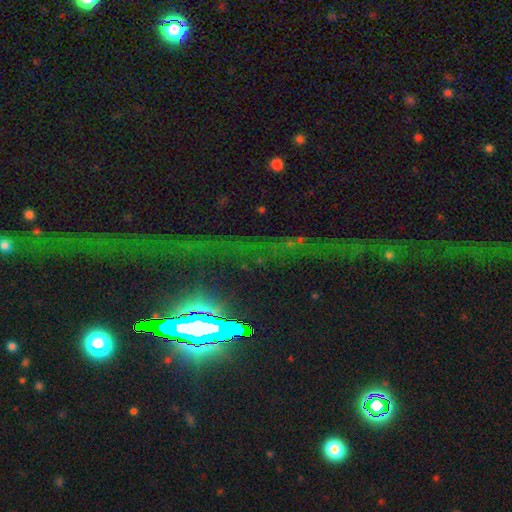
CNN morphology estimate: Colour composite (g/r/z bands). It shows a star or artifact, not a galaxy (69%).